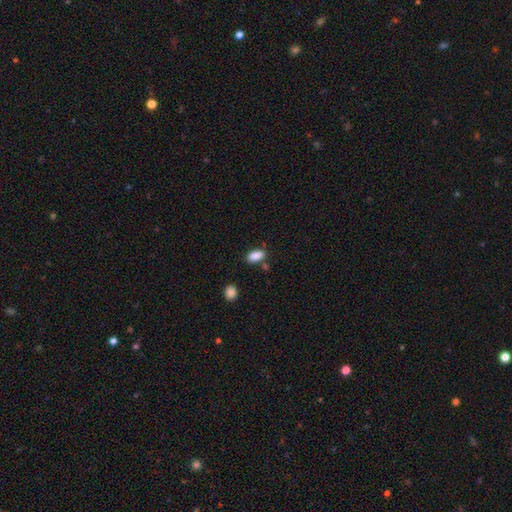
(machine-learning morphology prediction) The model was most divided on "merging": none: 77%, minor disturbance: 13%, merger: 7%, major disturbance: 3%. More confident: how rounded — in between (90%); smooth or featured — smooth (88%).